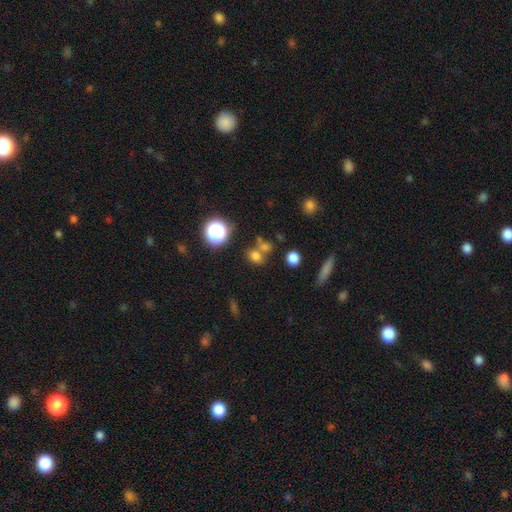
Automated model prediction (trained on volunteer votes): smooth-or-featured: smooth: 71% | star or artifact: 21% | featured or disk: 9%
  how-rounded: round: 54% | in between: 44% | cigar-shaped: 2%
  merging: none: 54% | merger: 30% | minor disturbance: 11% | major disturbance: 5%